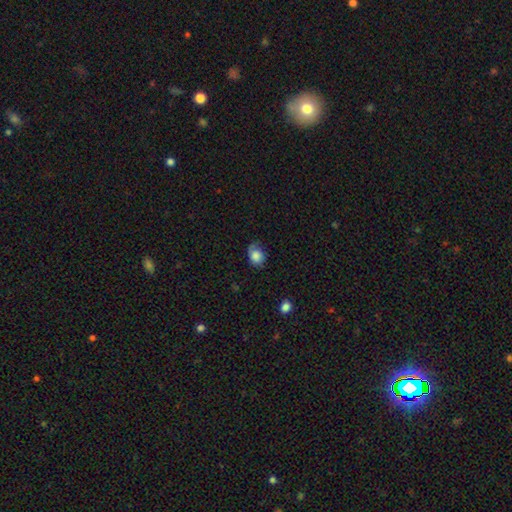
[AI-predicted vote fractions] Overall: smooth (79%). How rounded: in between (52%; round 47%). Merging: none (51%; minor disturbance 35%).